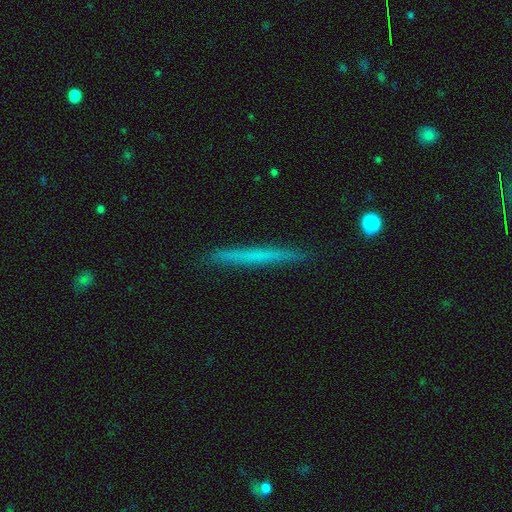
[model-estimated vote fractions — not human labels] A smooth galaxy with no disk features (52%) that is cigar-shaped (97%). Merging: none (91%).